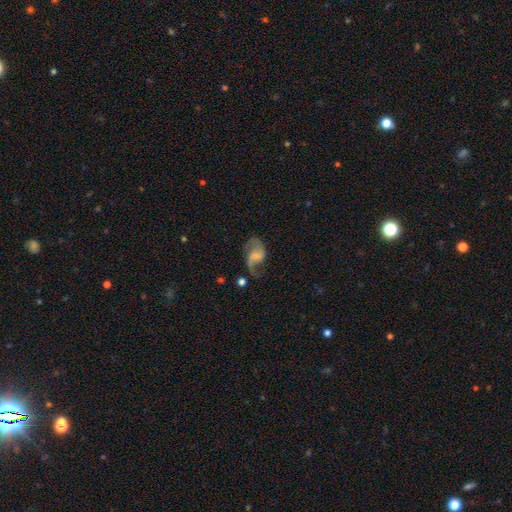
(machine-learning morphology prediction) Smooth or featured? featured or disk (80%)
Edge-on disk? no (98%)
Bar? weak (50%)
Spiral arms? yes (93%)
Spiral winding? loose (64%)
Spiral arm count? 2 (86%)
Bulge size? none (49%)
Merging? none (56%)